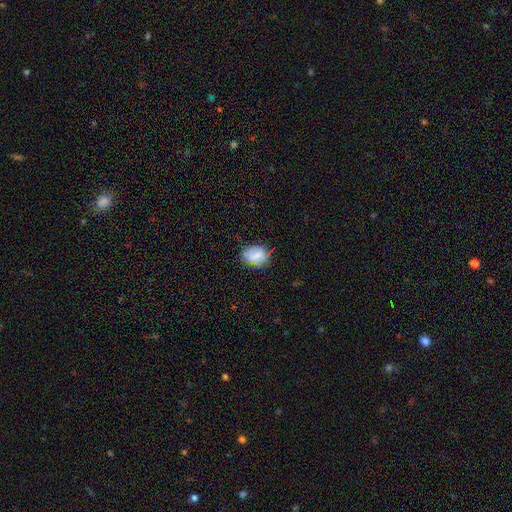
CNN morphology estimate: Q: Smooth or featured?
A: smooth (77%); runner-up: star or artifact (12%)
Q: How rounded?
A: in between (57%); runner-up: round (41%)
Q: Merging?
A: none (72%); runner-up: minor disturbance (21%)